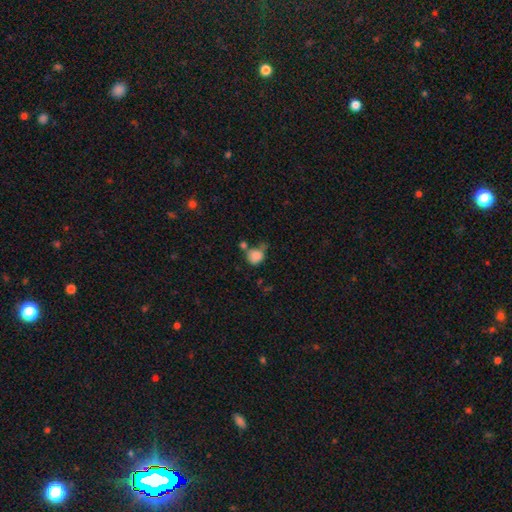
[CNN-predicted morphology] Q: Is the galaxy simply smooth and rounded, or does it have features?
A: smooth — 83%.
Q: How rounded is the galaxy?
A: round — 77%.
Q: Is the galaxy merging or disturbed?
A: none — 42%.